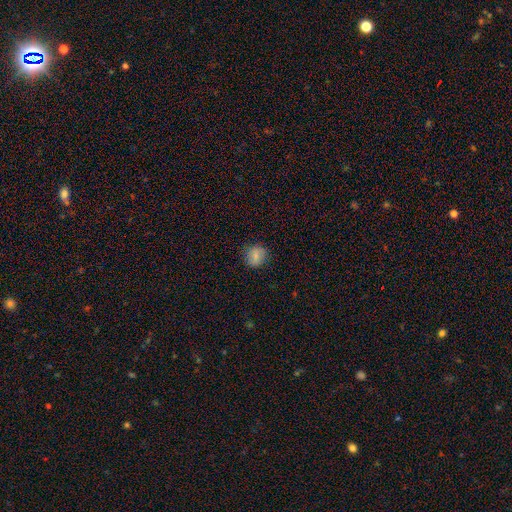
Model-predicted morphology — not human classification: Q: Smooth or featured?
A: smooth (83%); runner-up: star or artifact (9%)
Q: How rounded?
A: round (77%); runner-up: in between (22%)
Q: Merging?
A: none (85%); runner-up: minor disturbance (11%)